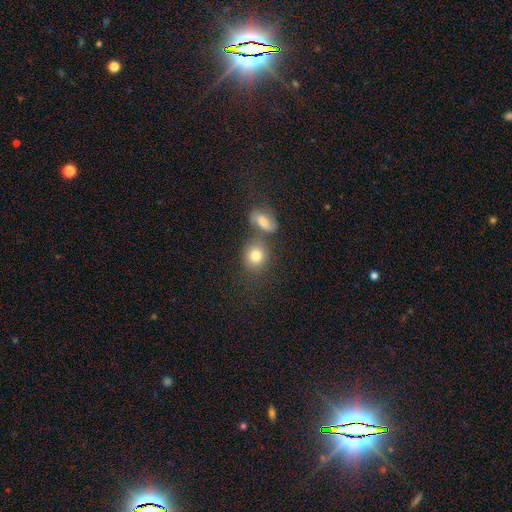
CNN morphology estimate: A smooth galaxy with no disk features (80%) that is round (67%). Merging: none (58%).